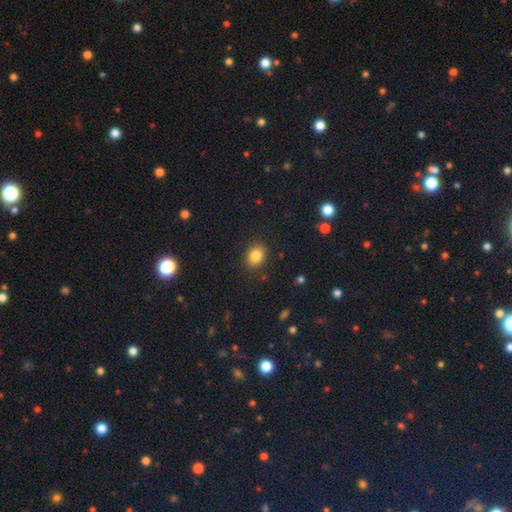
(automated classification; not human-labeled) The model was most divided on "how rounded": in between: 50%, round: 49%, cigar-shaped: 1%. More confident: merging — none (87%); smooth or featured — smooth (84%).